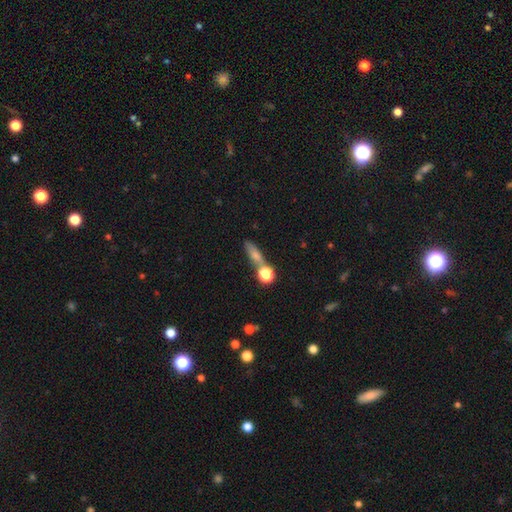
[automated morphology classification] type=smooth (51%); roundness=in between (49%); merging=none (51%).